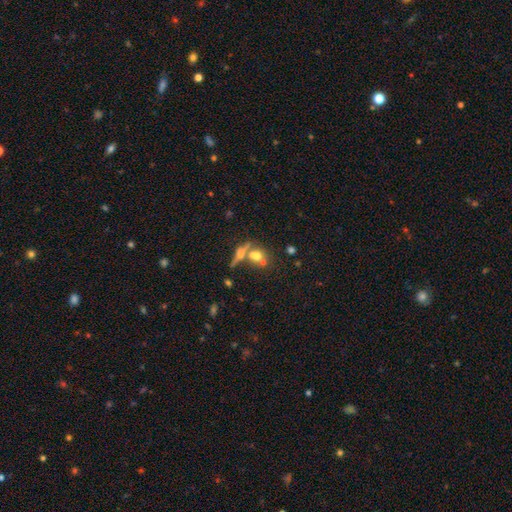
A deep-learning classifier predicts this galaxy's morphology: smooth-or-featured: smooth: 59% | featured or disk: 27% | star or artifact: 14%
  how-rounded: round: 48% | in between: 44% | cigar-shaped: 9%
  merging: merger: 46% | none: 37% | minor disturbance: 10% | major disturbance: 7%